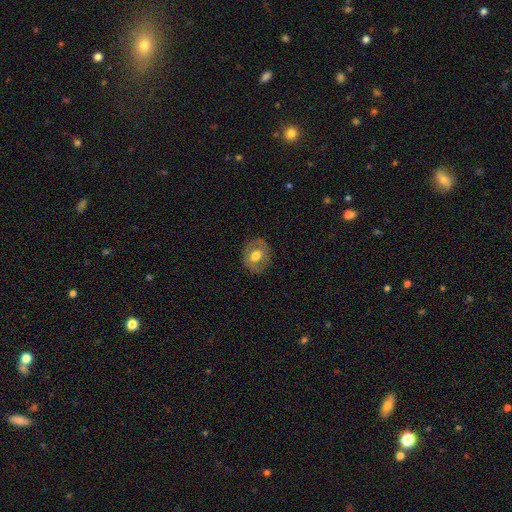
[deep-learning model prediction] A smooth galaxy with no disk features (58%) that is round (69%).

Vote fractions:
- Smooth or featured? smooth: 58% / featured or disk: 35% / star or artifact: 8%
- How rounded? round: 69% / in between: 30% / cigar-shaped: 1%
- Merging? none: 84% / minor disturbance: 11% / major disturbance: 4% / merger: 1%